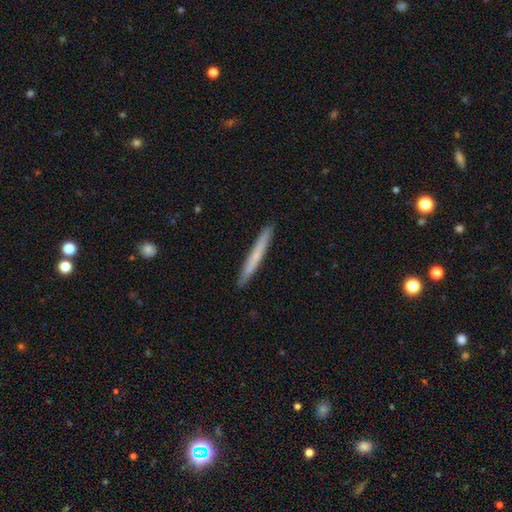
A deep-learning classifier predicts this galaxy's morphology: Overall: smooth (62%; featured or disk 32%). How rounded: cigar-shaped (97%). Merging: none (92%).